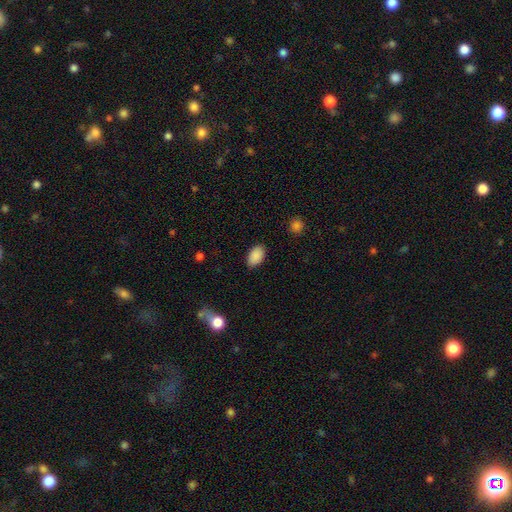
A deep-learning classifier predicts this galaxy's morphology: This is clearly a smooth galaxy (89%). How rounded: clearly in between (92%). Merging: clearly none (87%).